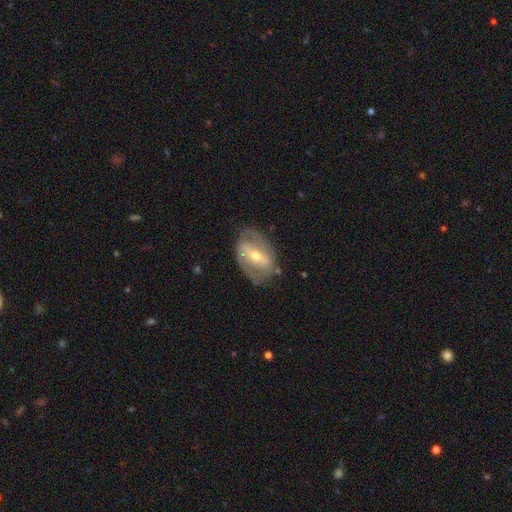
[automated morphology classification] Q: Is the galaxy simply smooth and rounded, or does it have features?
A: featured or disk — 77%.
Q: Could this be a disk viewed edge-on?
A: no — 94%.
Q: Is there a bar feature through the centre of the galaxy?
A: strong — 50%.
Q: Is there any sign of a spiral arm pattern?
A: yes — 72%.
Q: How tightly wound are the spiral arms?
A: medium — 44%.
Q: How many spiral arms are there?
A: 2 — 76%.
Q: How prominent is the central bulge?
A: moderate — 57%.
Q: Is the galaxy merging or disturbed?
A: none — 71%.